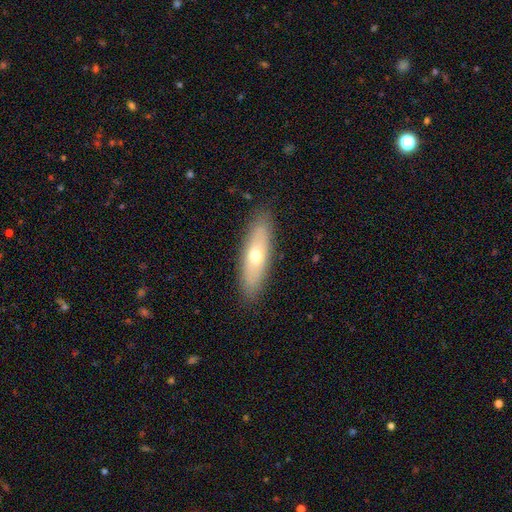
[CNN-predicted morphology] Smooth or featured: smooth — 56% (featured or disk — 38%)
How rounded: cigar-shaped — 56% (in between — 42%)
Merging: none — 87% (minor disturbance — 9%)